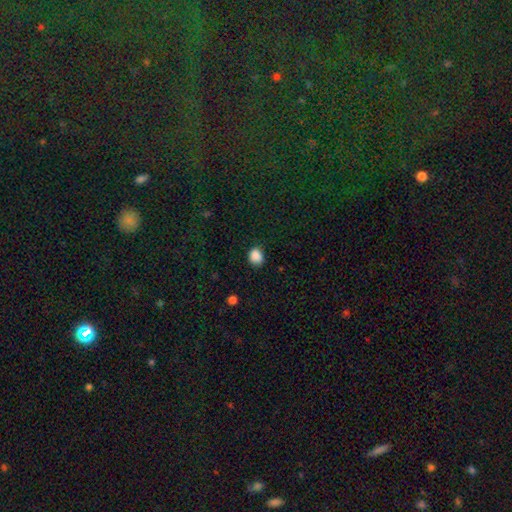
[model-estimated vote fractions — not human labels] This appears to be a smooth galaxy with no disk features (87%) that is round (53%). Merging: none (76%).